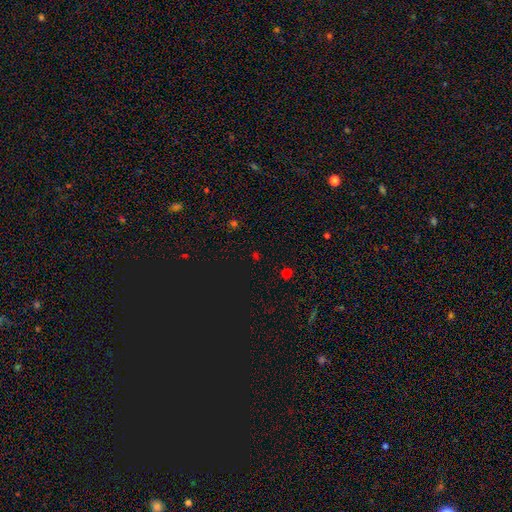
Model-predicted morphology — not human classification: A star or artifact, not a galaxy (61%).